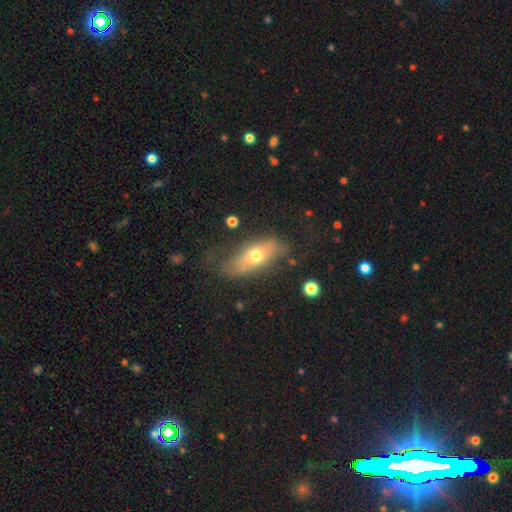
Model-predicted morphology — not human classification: Smooth or featured?
  - smooth: 53% *
  - featured or disk: 38%
  - star or artifact: 8%
How rounded?
  - in between: 68% *
  - cigar-shaped: 27%
  - round: 5%
Merging?
  - none: 54% *
  - minor disturbance: 25%
  - major disturbance: 17%
  - merger: 3%